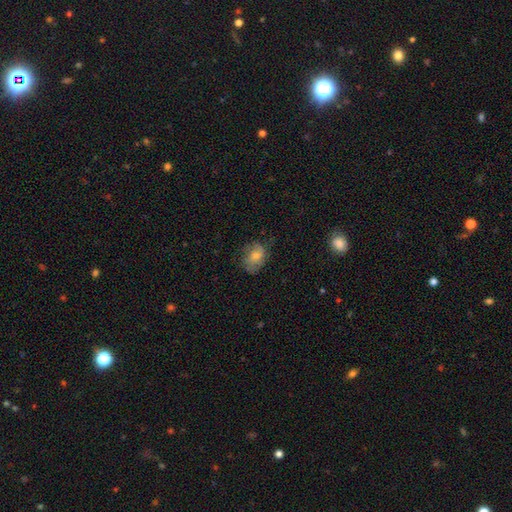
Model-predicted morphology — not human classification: Smooth or featured? smooth (50%)
Merging? none (67%)